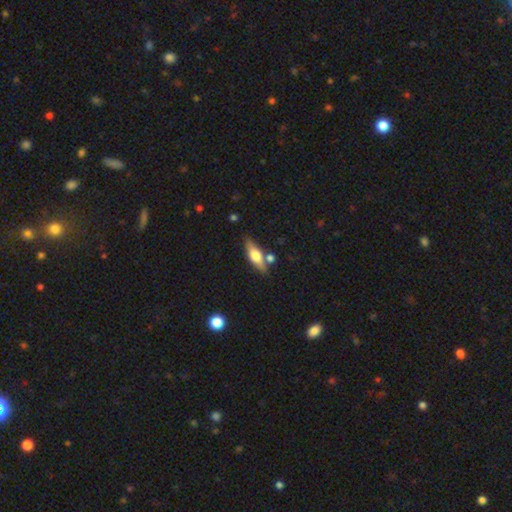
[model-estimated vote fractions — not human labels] Morphology: type=smooth (49%); merging=none (76%).